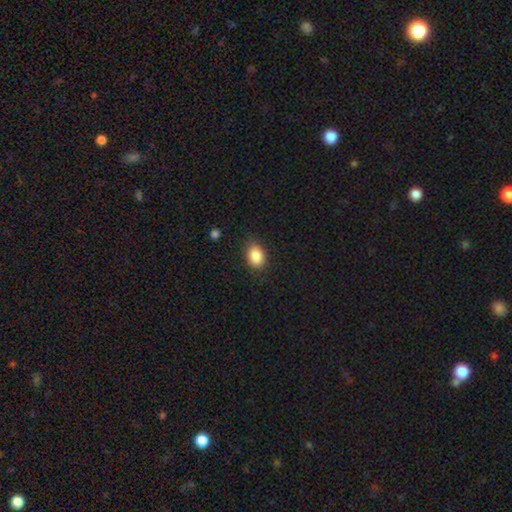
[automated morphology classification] Overall: smooth (87%). How rounded: in between (78%). Merging: none (83%).